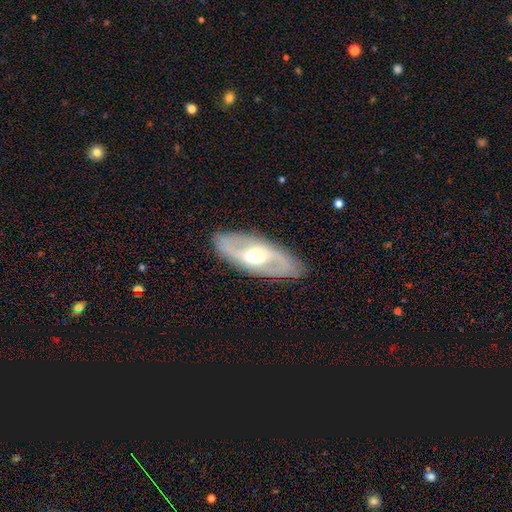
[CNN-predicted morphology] smooth_or_featured: featured or disk (p=0.79) [alt: smooth p=0.16]
disk_edge_on: no (p=0.88) [alt: yes p=0.12]
bar: weak (p=0.42) [alt: no p=0.34]
has_spiral_arms: yes (p=0.81) [alt: no p=0.19]
spiral_winding: medium (p=0.43) [alt: loose p=0.40]
spiral_arm_count: 2 (p=0.90) [alt: can't tell p=0.06]
bulge_size: moderate (p=0.69) [alt: large p=0.17]
merging: none (p=0.87) [alt: minor disturbance p=0.09]